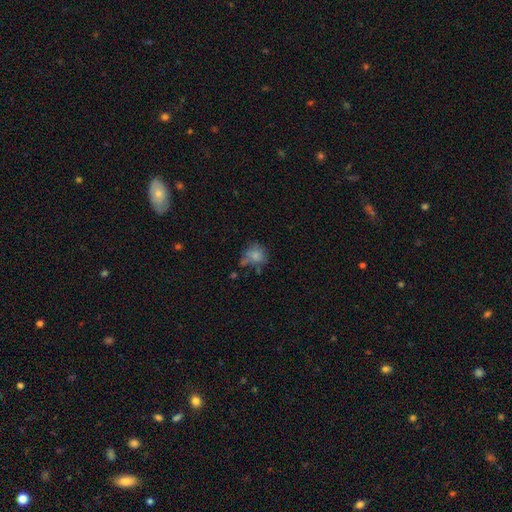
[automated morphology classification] A smooth galaxy with no disk features (69%) that is round (65%).

Vote fractions:
- Smooth or featured? smooth: 69% / featured or disk: 19% / star or artifact: 12%
- How rounded? round: 65% / in between: 34% / cigar-shaped: 1%
- Merging? none: 42% / minor disturbance: 27% / major disturbance: 18% / merger: 13%